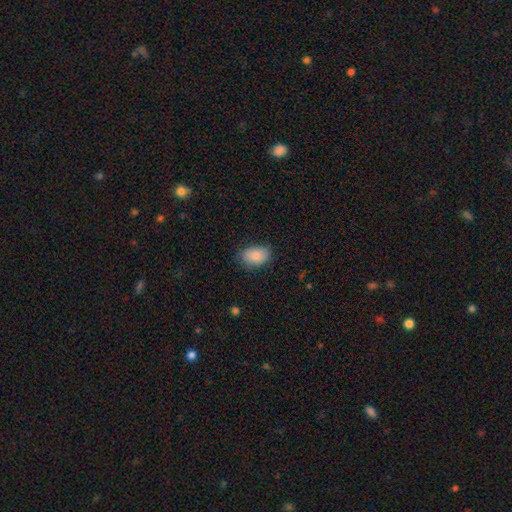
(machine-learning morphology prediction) Smooth or featured? Predicted: smooth (p=0.87). How rounded? Predicted: in between (p=0.86). Merging? Predicted: none (p=0.76).